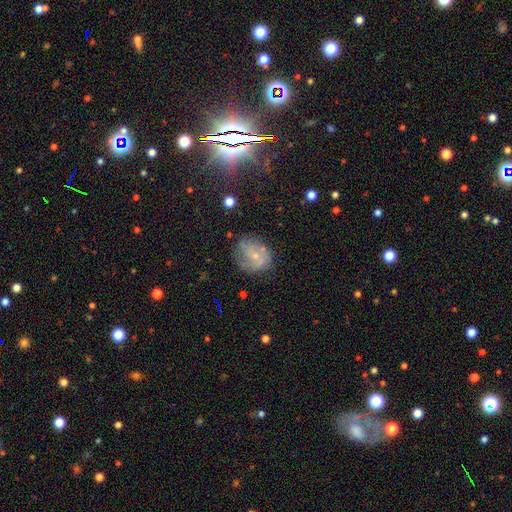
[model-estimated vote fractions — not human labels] smooth_or_featured: featured or disk (p=0.58) [alt: smooth p=0.31]
disk_edge_on: no (p=0.97) [alt: yes p=0.03]
bar: no (p=0.70) [alt: weak p=0.25]
has_spiral_arms: yes (p=0.71) [alt: no p=0.29]
bulge_size: small (p=0.73) [alt: moderate p=0.18]
merging: none (p=0.54) [alt: minor disturbance p=0.26]